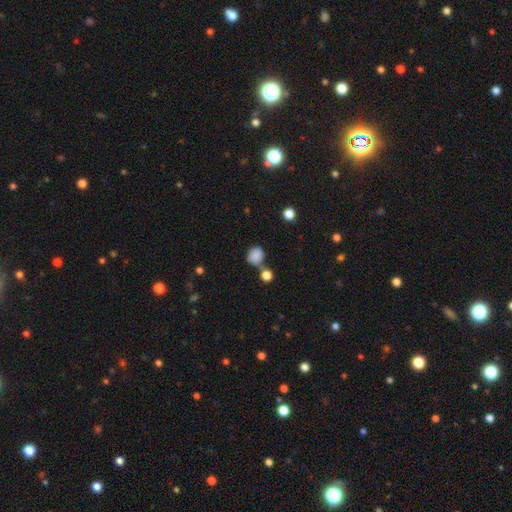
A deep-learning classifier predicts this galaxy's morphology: Smooth or featured? Predicted: smooth (p=0.85). How rounded? Predicted: round (p=0.76). Merging? Predicted: none (p=0.55).